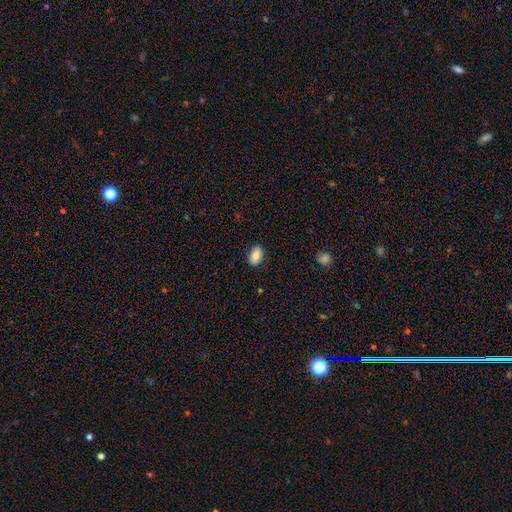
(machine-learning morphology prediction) Q: Smooth or featured?
A: smooth (83%); runner-up: featured or disk (10%)
Q: How rounded?
A: in between (90%); runner-up: round (9%)
Q: Merging?
A: none (88%); runner-up: minor disturbance (9%)